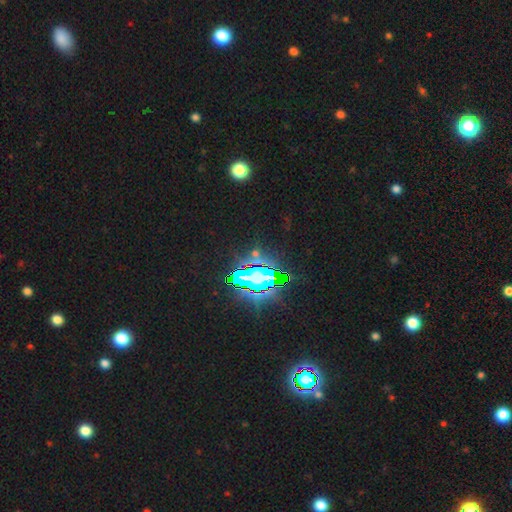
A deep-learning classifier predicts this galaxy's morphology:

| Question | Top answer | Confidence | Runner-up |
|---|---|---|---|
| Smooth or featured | star or artifact | 76% | smooth (13%) |